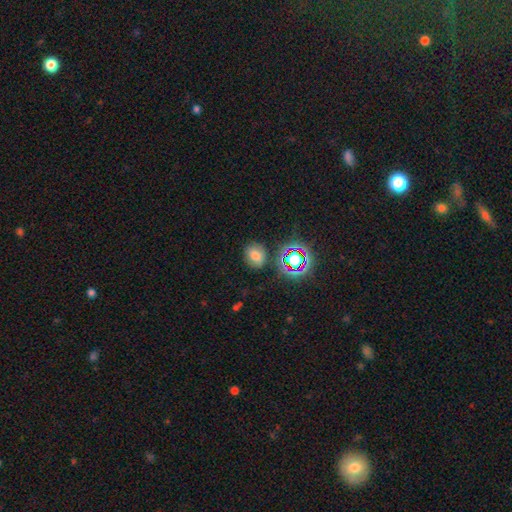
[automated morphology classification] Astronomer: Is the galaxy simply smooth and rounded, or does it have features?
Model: smooth — 70%.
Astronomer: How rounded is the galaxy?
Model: round — 53% (runner-up: in between, 46%).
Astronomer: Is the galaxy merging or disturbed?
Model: none — 79%.